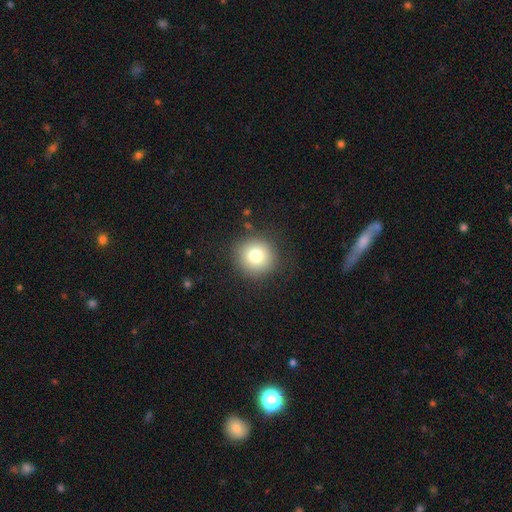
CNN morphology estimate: This appears to be a smooth galaxy with no disk features (78%) that is round (93%). Merging: none (87%).